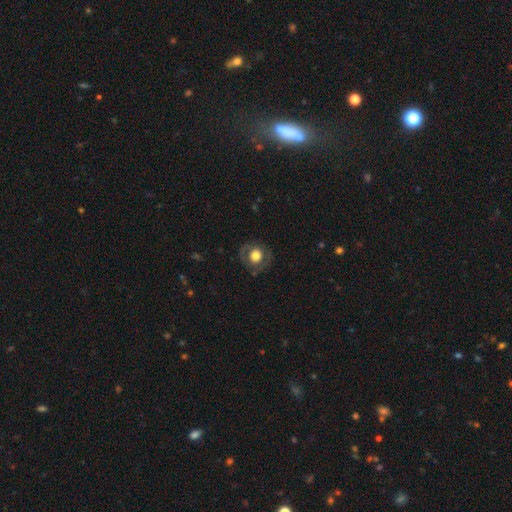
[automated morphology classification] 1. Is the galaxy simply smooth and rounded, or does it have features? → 57% smooth, 35% featured or disk, 8% star or artifact.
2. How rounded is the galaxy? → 84% round, 15% in between, 1% cigar-shaped.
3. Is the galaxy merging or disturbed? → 78% none, 14% minor disturbance, 7% major disturbance, 1% merger.